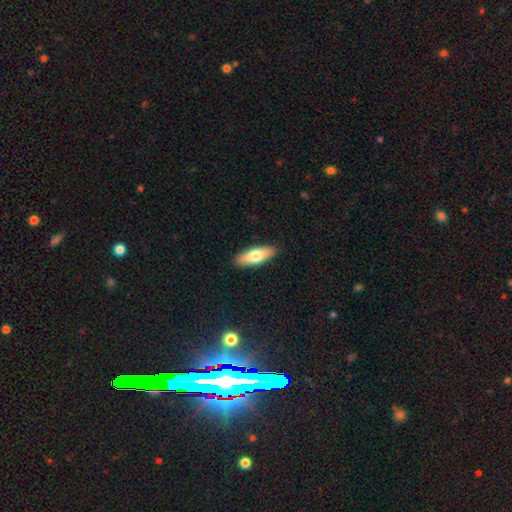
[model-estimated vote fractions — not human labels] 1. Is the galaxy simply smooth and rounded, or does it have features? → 71% smooth, 24% featured or disk, 6% star or artifact.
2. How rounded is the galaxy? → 65% in between, 33% cigar-shaped, 2% round.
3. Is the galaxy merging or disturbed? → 90% none, 8% minor disturbance, 2% major disturbance, 1% merger.